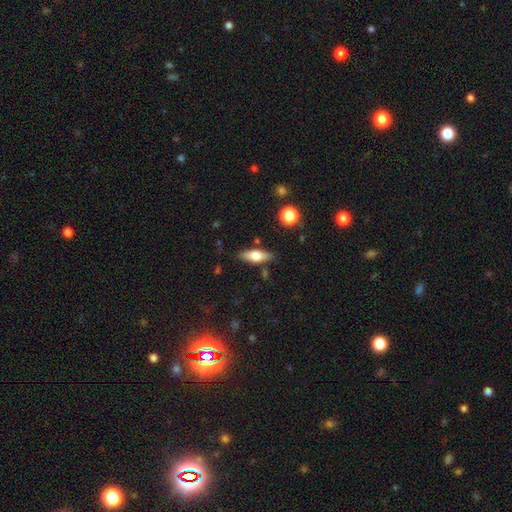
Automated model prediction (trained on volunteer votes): smooth-or-featured: smooth: 64% | featured or disk: 29% | star or artifact: 7%
  how-rounded: in between: 65% | cigar-shaped: 32% | round: 3%
  merging: none: 81% | minor disturbance: 13% | merger: 3% | major disturbance: 3%